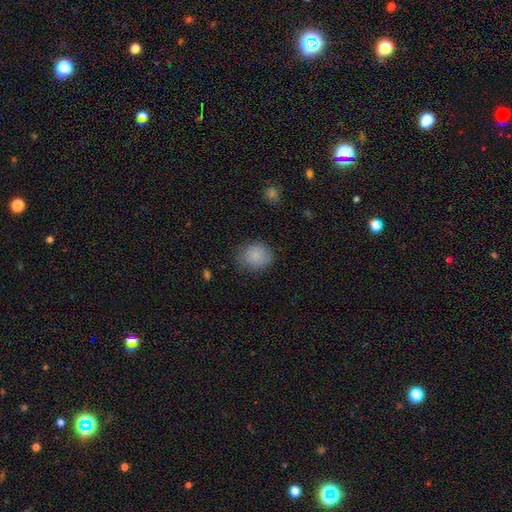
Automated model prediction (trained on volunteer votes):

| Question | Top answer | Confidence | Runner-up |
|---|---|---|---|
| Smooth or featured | smooth | 86% | star or artifact (8%) |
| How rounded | round | 69% | in between (30%) |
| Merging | none | 77% | minor disturbance (17%) |